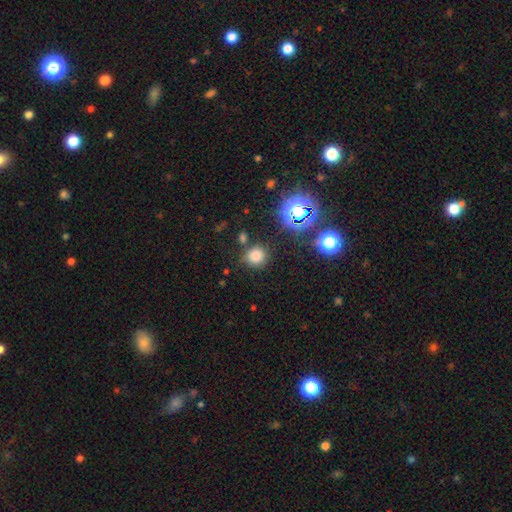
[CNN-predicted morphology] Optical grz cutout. It shows a smooth galaxy with no disk features (74%) that is round (86%). Merging: none (79%).